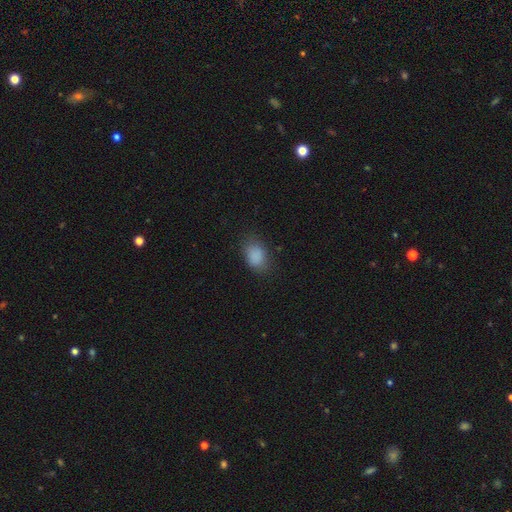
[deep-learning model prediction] Smooth or featured?
  - smooth: 85% *
  - star or artifact: 10%
  - featured or disk: 5%
How rounded?
  - in between: 77% *
  - round: 22%
  - cigar-shaped: 1%
Merging?
  - none: 73% *
  - minor disturbance: 19%
  - major disturbance: 6%
  - merger: 1%